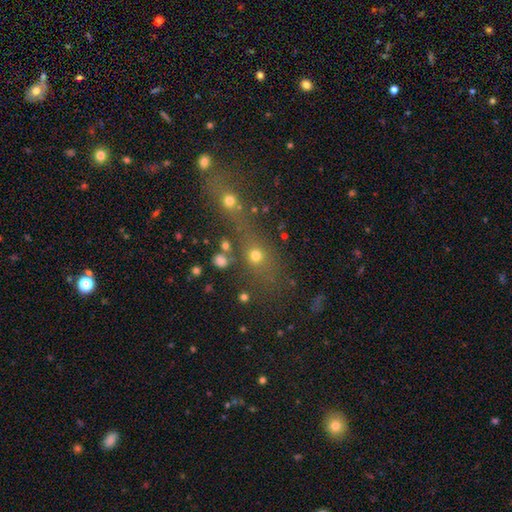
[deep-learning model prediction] This is possibly a smooth galaxy (58%). How rounded: likely round (64%). Merging: marginally merger (43%).